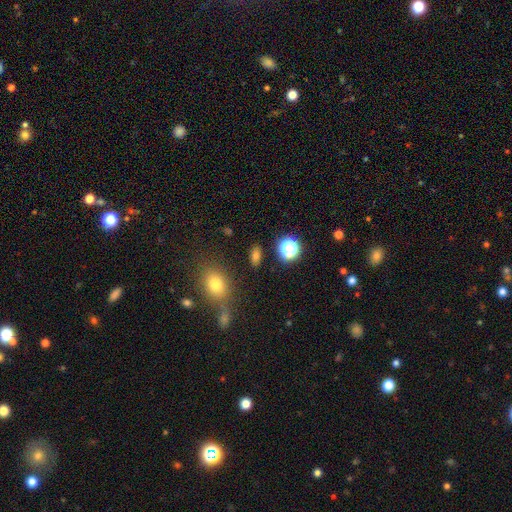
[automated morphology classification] smooth_or_featured: smooth (p=0.74) [alt: star or artifact p=0.19]
how_rounded: in between (p=0.79) [alt: round p=0.16]
merging: none (p=0.85) [alt: minor disturbance p=0.08]